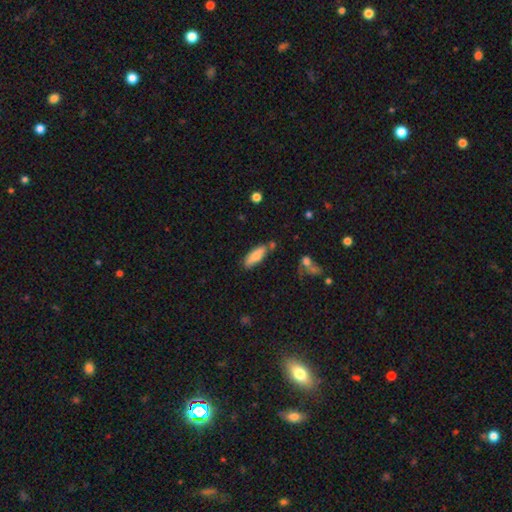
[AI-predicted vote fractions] Smooth or featured?
  - smooth: 76% *
  - featured or disk: 17%
  - star or artifact: 6%
How rounded?
  - in between: 56% *
  - cigar-shaped: 42%
  - round: 2%
Merging?
  - none: 68% *
  - minor disturbance: 20%
  - merger: 8%
  - major disturbance: 4%